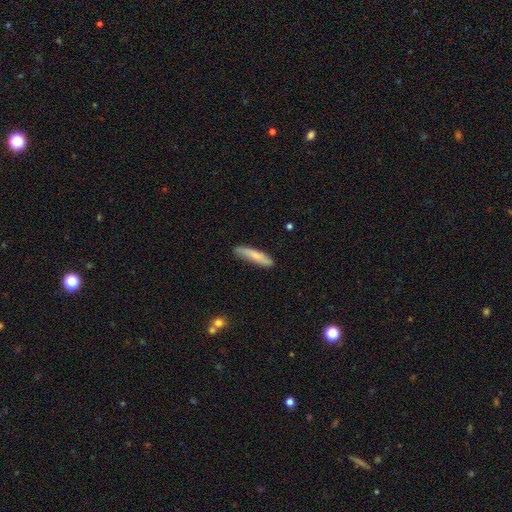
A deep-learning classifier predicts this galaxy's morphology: smooth-or-featured: smooth: 72% | featured or disk: 23% | star or artifact: 6%
  how-rounded: cigar-shaped: 85% | in between: 14% | round: 2%
  merging: none: 83% | minor disturbance: 13% | major disturbance: 2% | merger: 2%